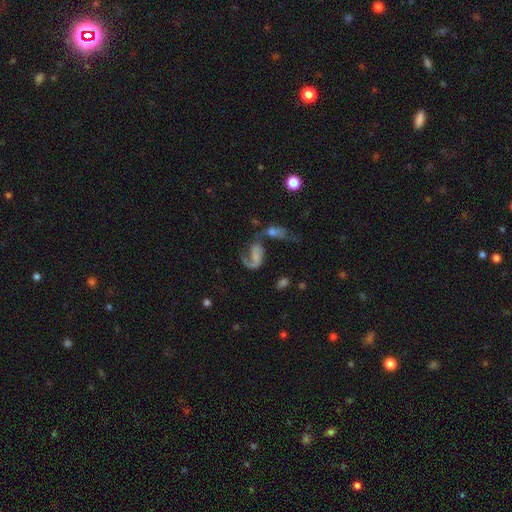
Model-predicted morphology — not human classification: Smooth or featured?
  - featured or disk: 68% *
  - smooth: 22%
  - star or artifact: 11%
Edge-on disk?
  - no: 97% *
  - yes: 3%
Bar?
  - no: 57% *
  - weak: 31%
  - strong: 13%
Spiral arms?
  - yes: 85% *
  - no: 15%
Spiral winding?
  - loose: 59% *
  - medium: 30%
  - tight: 11%
Spiral arm count?
  - 1: 58% *
  - 2: 36%
  - can't tell: 4%
  - 3: 1%
  - 4: 1%
  - more than 4: 1%
Bulge size?
  - none: 56% *
  - small: 23%
  - moderate: 13%
  - large: 6%
  - dominant: 2%
Merging?
  - merger: 38% *
  - major disturbance: 28%
  - none: 23%
  - minor disturbance: 11%